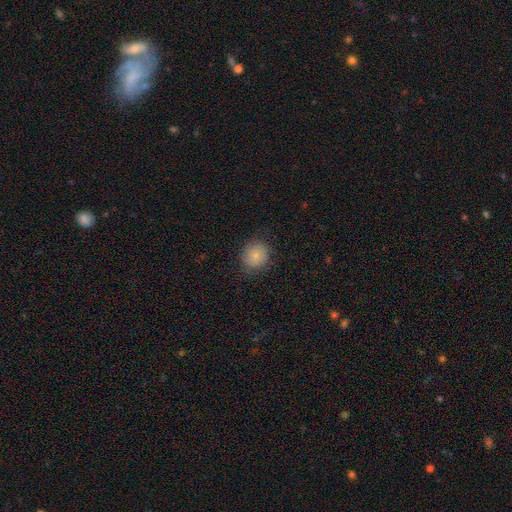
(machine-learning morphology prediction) Smooth or featured: smooth — 83% (star or artifact — 9%)
How rounded: round — 84% (in between — 15%)
Merging: none — 81% (minor disturbance — 14%)